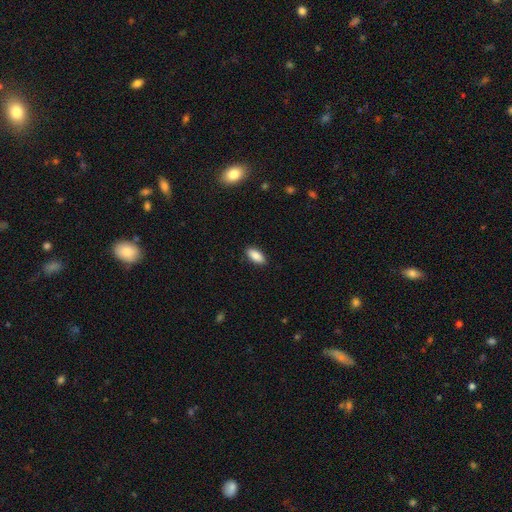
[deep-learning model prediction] A smooth galaxy with no disk features (88%) that is in between round and cigar-shaped (87%).

Vote fractions:
- Smooth or featured? smooth: 88% / star or artifact: 7% / featured or disk: 6%
- How rounded? in between: 87% / cigar-shaped: 11% / round: 2%
- Merging? none: 89% / minor disturbance: 8% / major disturbance: 2% / merger: 1%